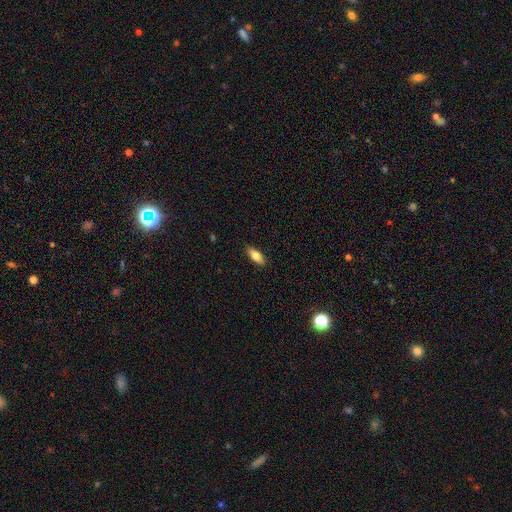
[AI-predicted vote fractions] Smooth or featured? smooth (76%)
How rounded? in between (76%)
Merging? none (87%)